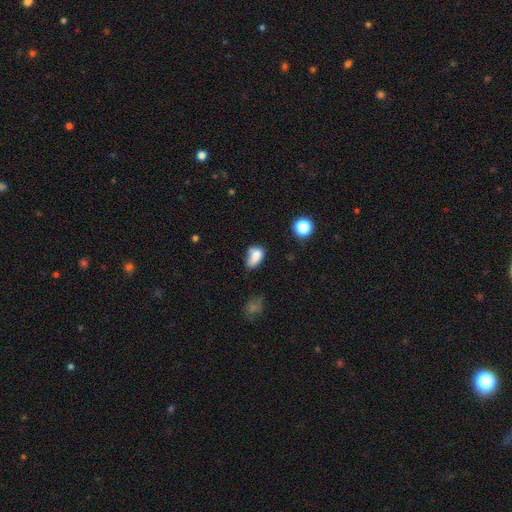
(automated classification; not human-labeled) Overall: smooth (77%). How rounded: in between (82%). Merging: minor disturbance (34%; none 31%).